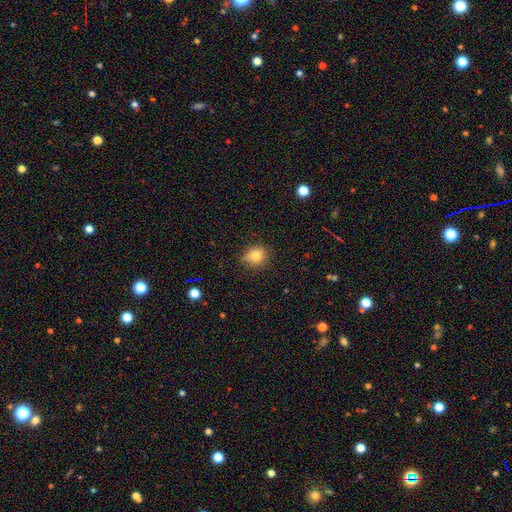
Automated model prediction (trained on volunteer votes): smooth 76%, star or artifact 13%, featured or disk 11%. Down the decision tree: how rounded — round (71%); merging — none (75%).